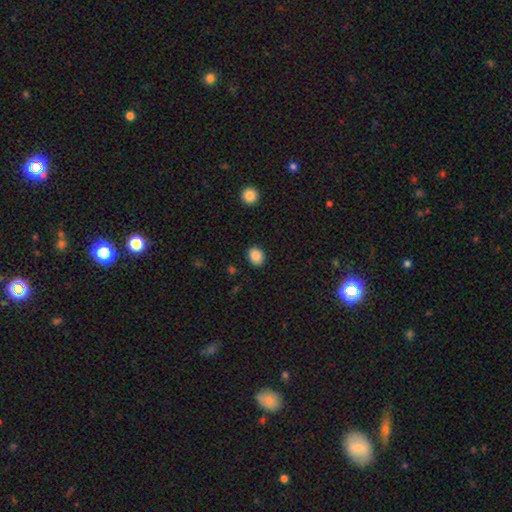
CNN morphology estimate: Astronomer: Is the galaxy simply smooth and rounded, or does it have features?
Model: smooth — 88%.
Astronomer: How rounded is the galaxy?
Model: round — 55% (runner-up: in between, 45%).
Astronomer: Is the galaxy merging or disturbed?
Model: none — 89%.